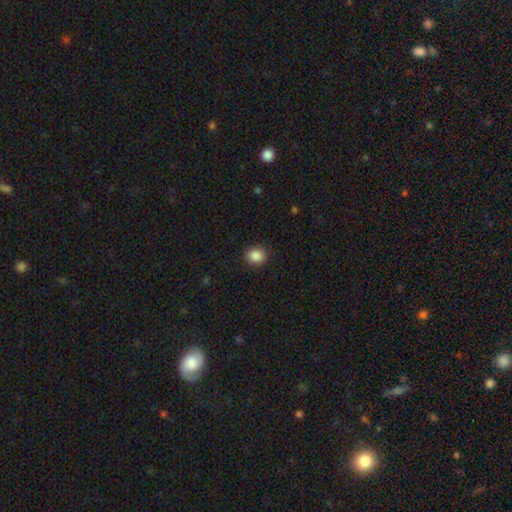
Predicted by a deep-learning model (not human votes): Smooth or featured? Predicted: smooth (p=0.88). How rounded? Predicted: round (p=0.66). Merging? Predicted: none (p=0.88).